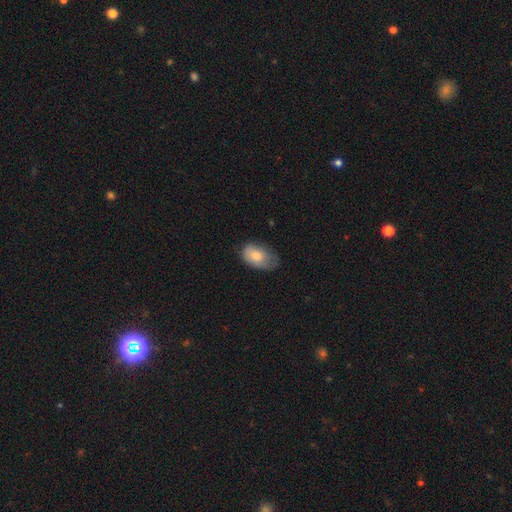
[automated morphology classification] A smooth galaxy with no disk features (76%) that is in between round and cigar-shaped (87%).

Vote fractions:
- Smooth or featured? smooth: 76% / featured or disk: 16% / star or artifact: 8%
- How rounded? in between: 87% / round: 11% / cigar-shaped: 1%
- Merging? none: 45% / minor disturbance: 40% / major disturbance: 13% / merger: 1%